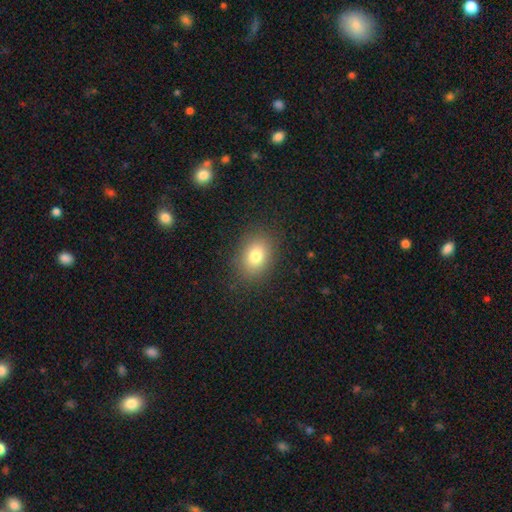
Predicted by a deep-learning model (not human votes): This is likely a smooth galaxy (79%). How rounded: likely in between (70%). Merging: clearly none (85%).